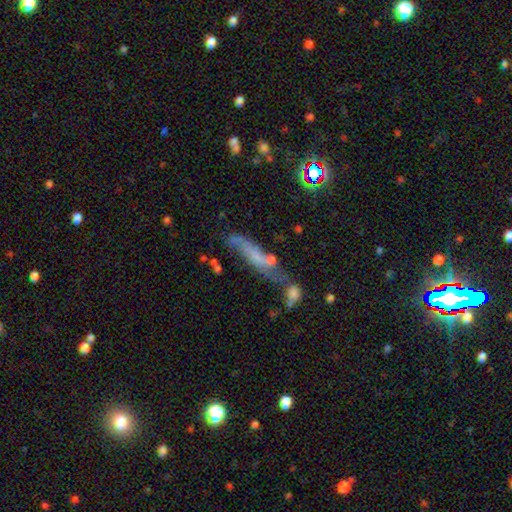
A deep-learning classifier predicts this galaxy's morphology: Smooth or featured? smooth (42%, tied with featured or disk)
Merging? none (36%)